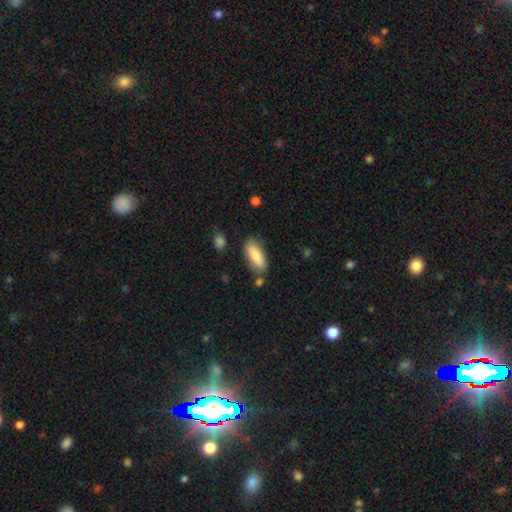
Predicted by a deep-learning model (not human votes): Smooth or featured? Predicted: smooth (p=0.83). How rounded? Predicted: in between (p=0.78). Merging? Predicted: none (p=0.74).